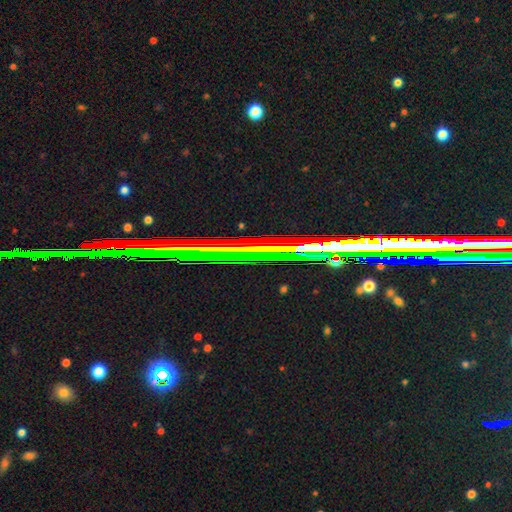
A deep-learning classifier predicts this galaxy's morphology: Smooth or featured?
  - star or artifact: 64% *
  - featured or disk: 23%
  - smooth: 13%